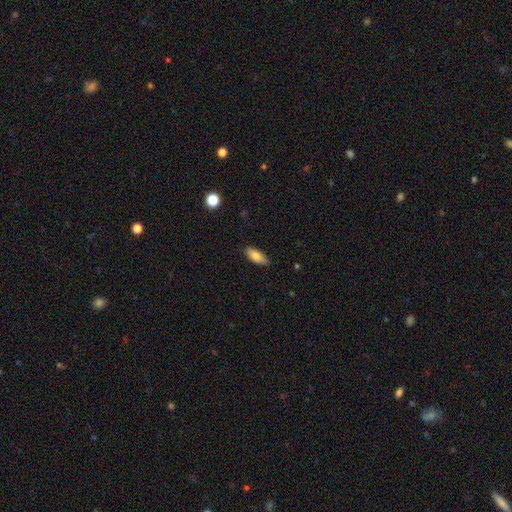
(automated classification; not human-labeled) Overall: smooth (78%). How rounded: in between (74%). Merging: none (85%).